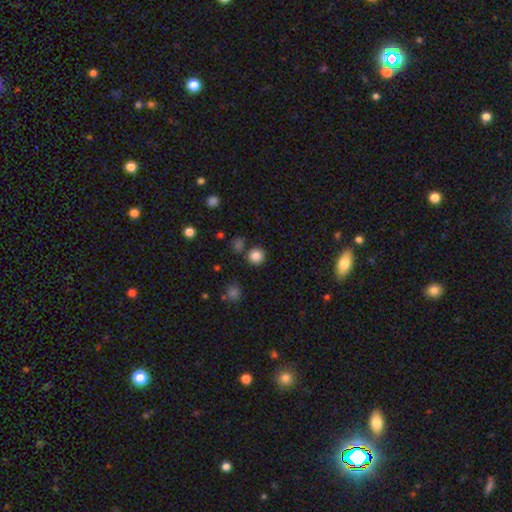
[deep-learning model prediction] This is clearly a smooth galaxy (84%). How rounded: clearly round (93%). Merging: clearly none (86%).